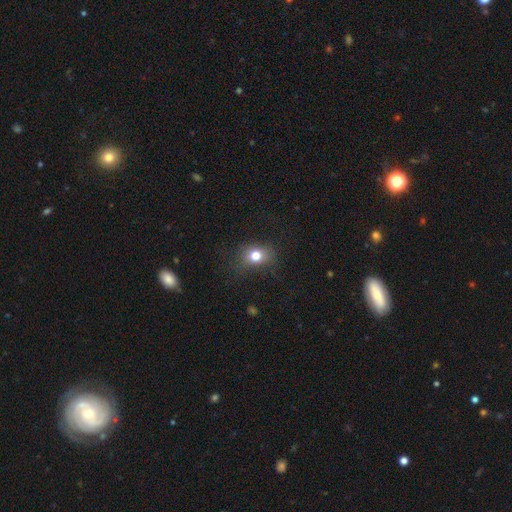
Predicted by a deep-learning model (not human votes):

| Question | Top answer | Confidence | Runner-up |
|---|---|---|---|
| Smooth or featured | smooth | 76% | star or artifact (14%) |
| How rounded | round | 50% | in between (49%) |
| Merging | none | 72% | minor disturbance (18%) |